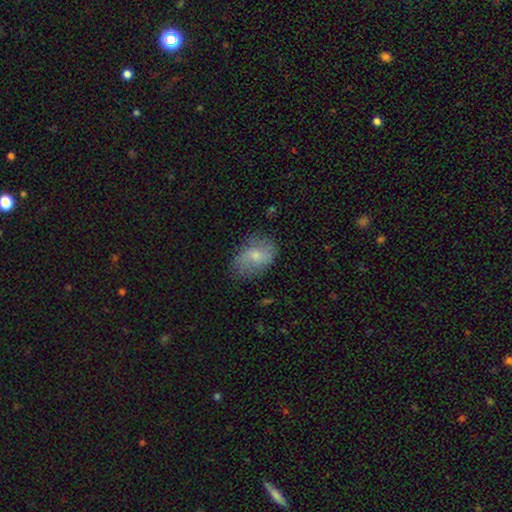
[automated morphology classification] A smooth galaxy with no disk features (63%) that is in between round and cigar-shaped (78%). Merging: none (60%).